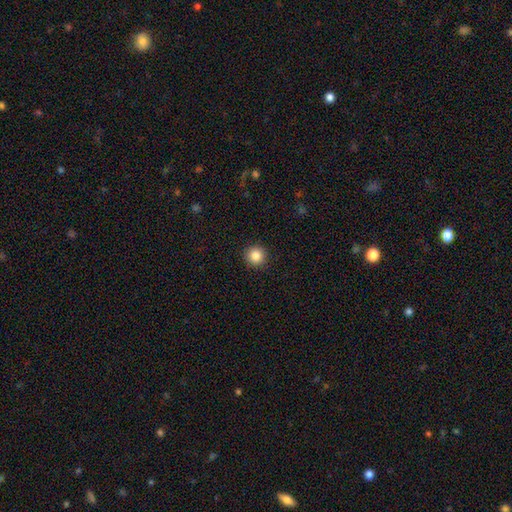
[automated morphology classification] This appears to be a smooth galaxy with no disk features (86%) that is round (95%). Merging: none (93%).